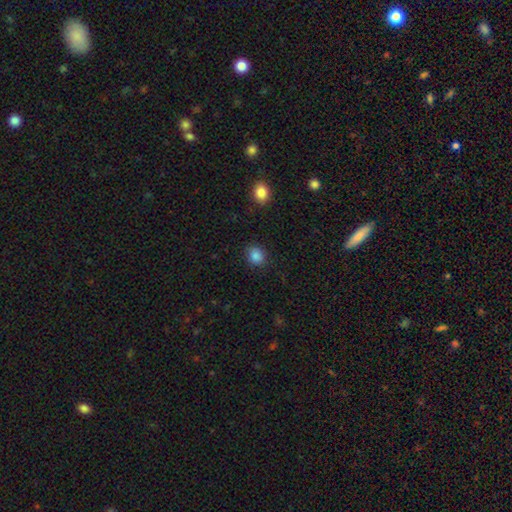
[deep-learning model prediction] smooth 86%, star or artifact 10%, featured or disk 4%. Down the decision tree: how rounded — round (72%); merging — none (87%).